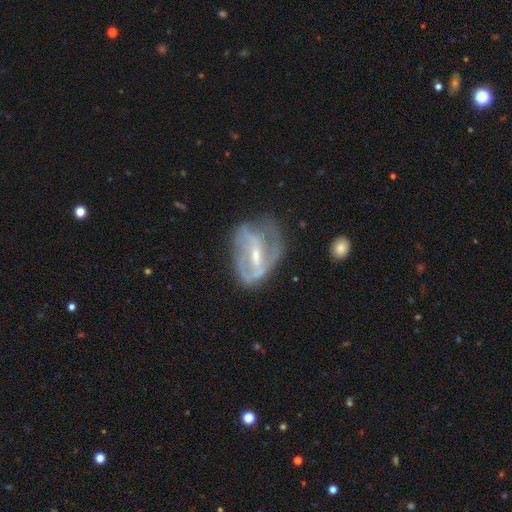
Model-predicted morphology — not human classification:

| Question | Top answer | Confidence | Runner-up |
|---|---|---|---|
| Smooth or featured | featured or disk | 80% | smooth (14%) |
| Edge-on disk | no | 96% | yes (4%) |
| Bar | weak | 43% | strong (37%) |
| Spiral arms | yes | 79% | no (21%) |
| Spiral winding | medium | 44% | tight (29%) |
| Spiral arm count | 2 | 48% | can't tell (27%) |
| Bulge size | small | 57% | moderate (36%) |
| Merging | none | 43% | minor disturbance (27%) |